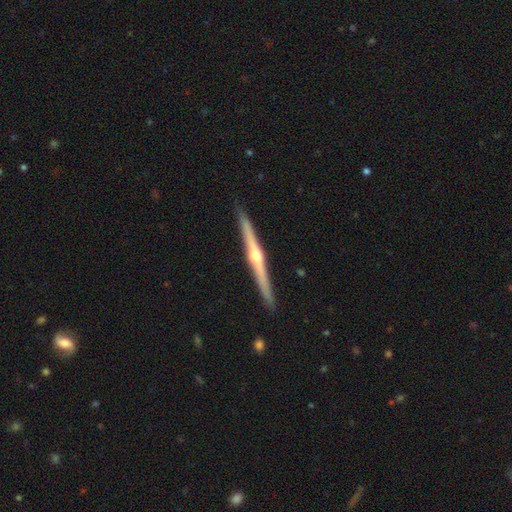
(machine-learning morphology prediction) Smooth or featured? featured or disk (83%)
Edge-on disk? yes (99%)
Edge-on bulge? rounded (89%)
Merging? none (92%)